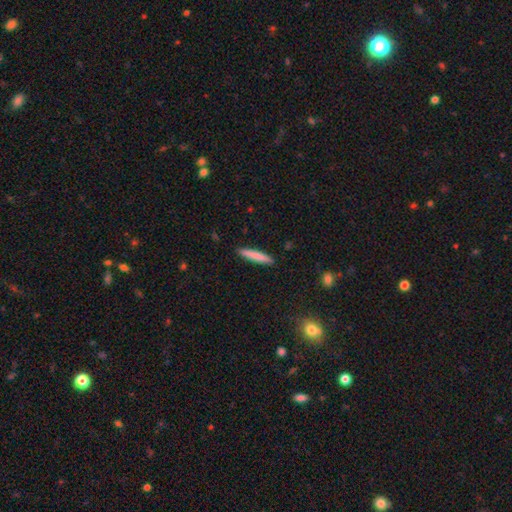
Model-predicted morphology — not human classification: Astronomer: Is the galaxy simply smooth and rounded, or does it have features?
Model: smooth — 80%.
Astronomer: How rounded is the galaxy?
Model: cigar-shaped — 93%.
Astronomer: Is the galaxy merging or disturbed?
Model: none — 91%.